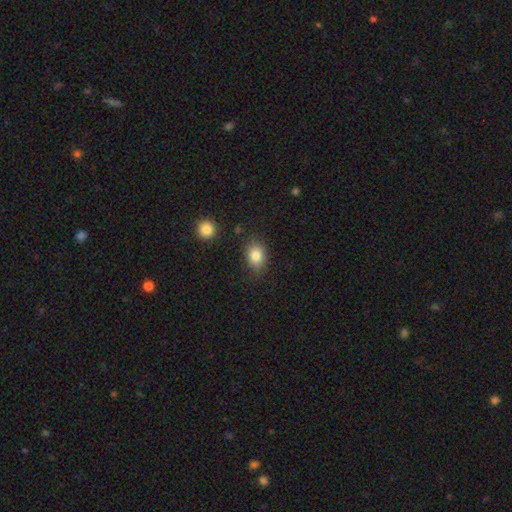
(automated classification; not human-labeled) A smooth galaxy with no disk features (83%) that is in between round and cigar-shaped (67%).

Vote fractions:
- Smooth or featured? smooth: 83% / star or artifact: 9% / featured or disk: 7%
- How rounded? in between: 67% / round: 32% / cigar-shaped: 1%
- Merging? none: 79% / minor disturbance: 15% / major disturbance: 4% / merger: 3%